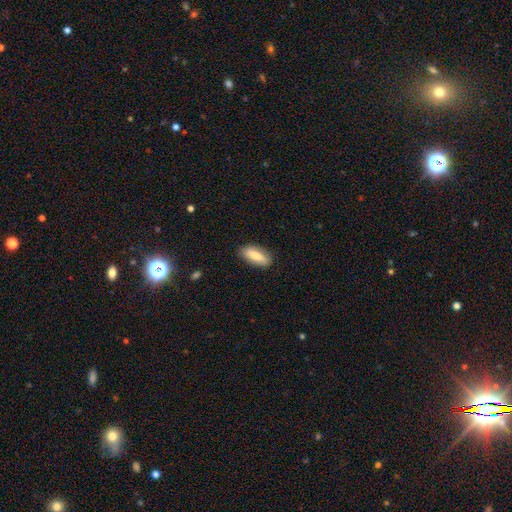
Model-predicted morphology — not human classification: smooth 79%, featured or disk 15%, star or artifact 6%. Down the decision tree: how rounded — in between (75%); merging — none (86%).